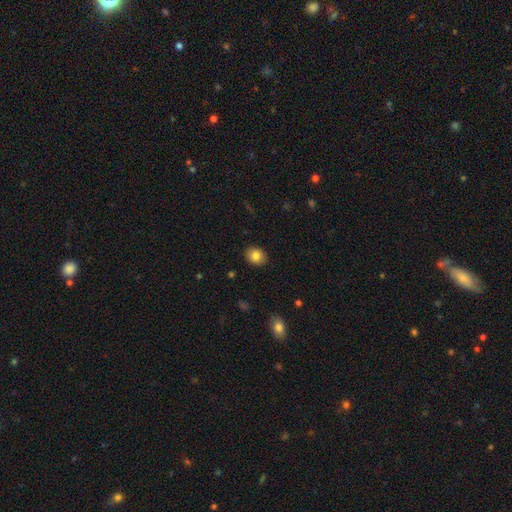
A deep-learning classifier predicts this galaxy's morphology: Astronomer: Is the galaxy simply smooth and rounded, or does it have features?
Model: smooth — 83%.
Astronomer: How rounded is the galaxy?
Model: round — 53% (runner-up: in between, 46%).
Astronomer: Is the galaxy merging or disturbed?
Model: none — 90%.